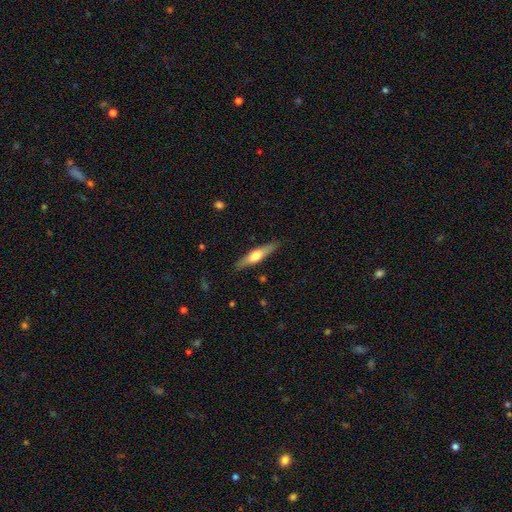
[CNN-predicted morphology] smooth_or_featured: smooth (p=0.48) [alt: featured or disk p=0.47]
merging: none (p=0.88) [alt: minor disturbance p=0.09]